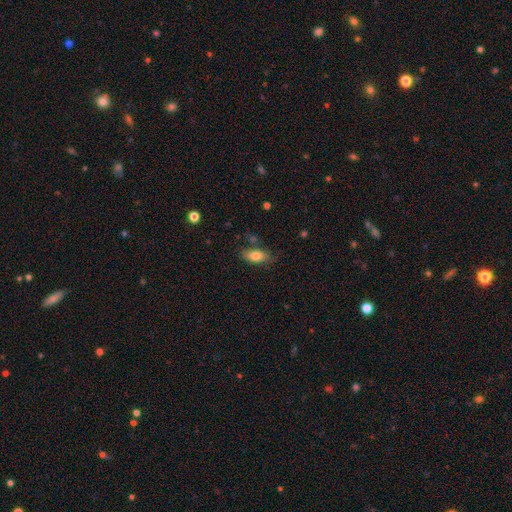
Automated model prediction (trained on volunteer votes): smooth 79%, featured or disk 13%, star or artifact 8%. Down the decision tree: how rounded — in between (84%); merging — none (74%).